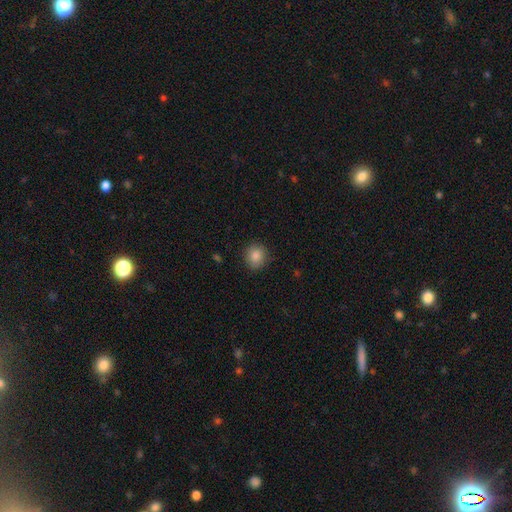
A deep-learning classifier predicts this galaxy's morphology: The model was most divided on "how rounded": round: 84%, in between: 15%, cigar-shaped: 1%. More confident: merging — none (88%); smooth or featured — smooth (86%).